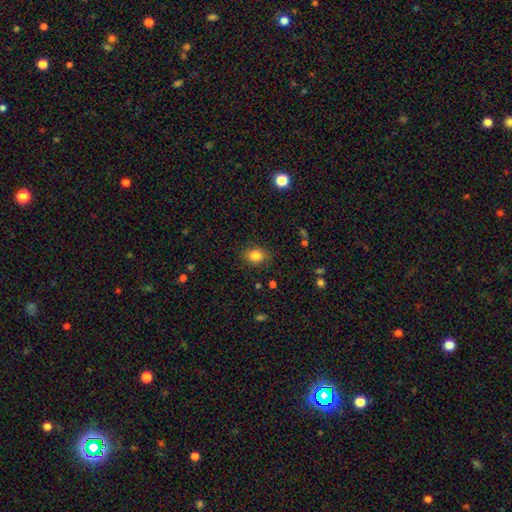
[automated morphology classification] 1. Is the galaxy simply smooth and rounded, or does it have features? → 83% smooth, 11% star or artifact, 6% featured or disk.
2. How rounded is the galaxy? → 58% round, 41% in between, 1% cigar-shaped.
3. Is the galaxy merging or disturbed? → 86% none, 10% minor disturbance, 3% major disturbance, 1% merger.